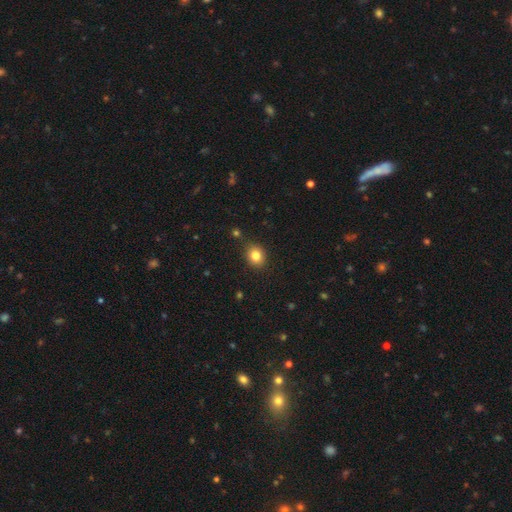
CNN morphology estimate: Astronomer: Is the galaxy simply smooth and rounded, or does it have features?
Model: smooth — 83%.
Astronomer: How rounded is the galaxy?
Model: round — 63%.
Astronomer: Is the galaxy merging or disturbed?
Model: none — 84%.